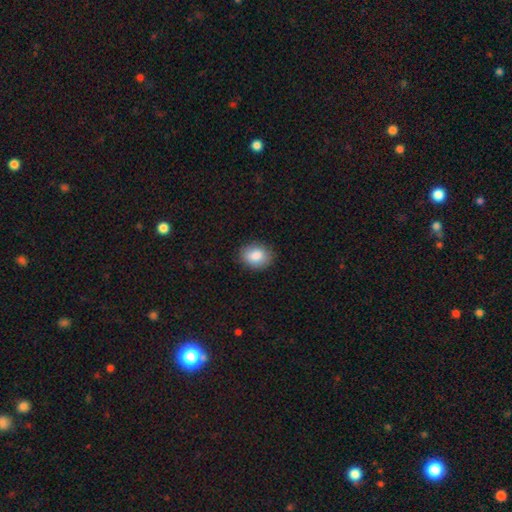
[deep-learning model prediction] Smooth or featured? smooth (85%)
How rounded? in between (61%)
Merging? none (86%)